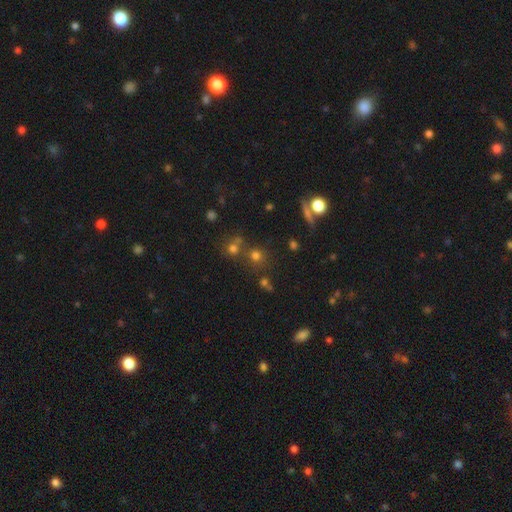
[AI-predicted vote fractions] Smooth or featured: smooth — 62% (star or artifact — 28%)
How rounded: round — 88% (in between — 10%)
Merging: none — 68% (merger — 21%)